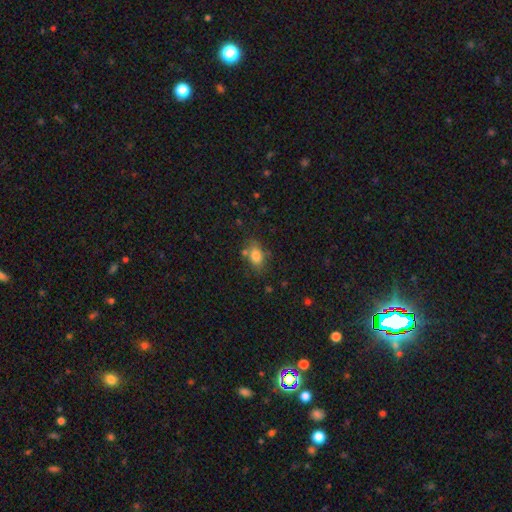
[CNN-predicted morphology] Smooth or featured? Predicted: smooth (p=0.80). How rounded? Predicted: in between (p=0.79). Merging? Predicted: none (p=0.66).